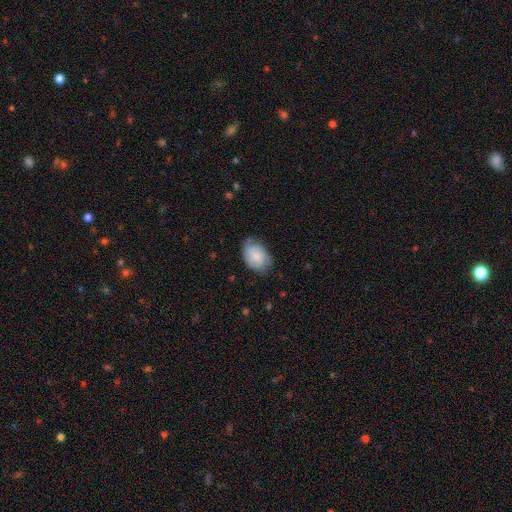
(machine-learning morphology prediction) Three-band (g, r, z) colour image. It shows a smooth galaxy with no disk features (66%) that is in between round and cigar-shaped (79%). Merging: none (58%).